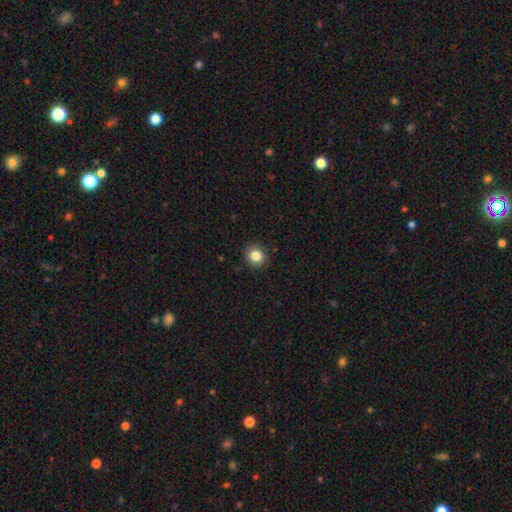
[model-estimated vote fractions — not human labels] This appears to be a smooth galaxy with no disk features (84%) that is round (83%). Merging: none (89%).